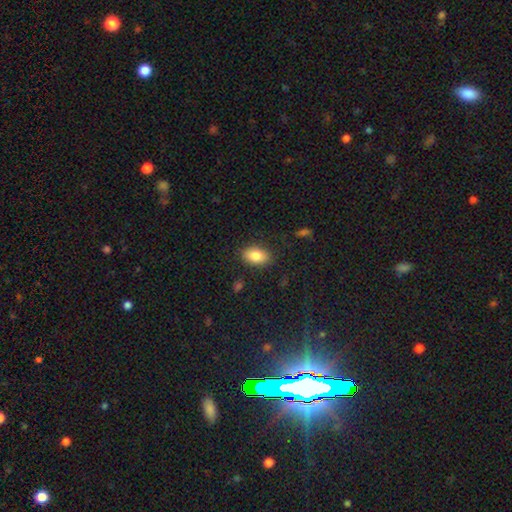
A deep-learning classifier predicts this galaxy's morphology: Smooth or featured?
  - smooth: 83% *
  - featured or disk: 9%
  - star or artifact: 8%
How rounded?
  - in between: 90% *
  - round: 9%
  - cigar-shaped: 2%
Merging?
  - none: 85% *
  - minor disturbance: 11%
  - major disturbance: 3%
  - merger: 1%